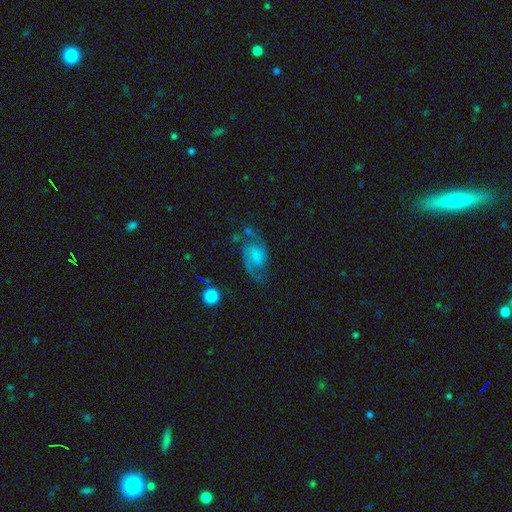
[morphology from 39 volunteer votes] Smooth or featured? featured or disk (85%)
Edge-on disk? no (94%)
Bar? no (52%)
Spiral arms? yes (94%)
Spiral winding? medium (66%)
Spiral arm count? 2 (86%)
Bulge size? moderate (32%, tied with none)
Merging? none (64%)